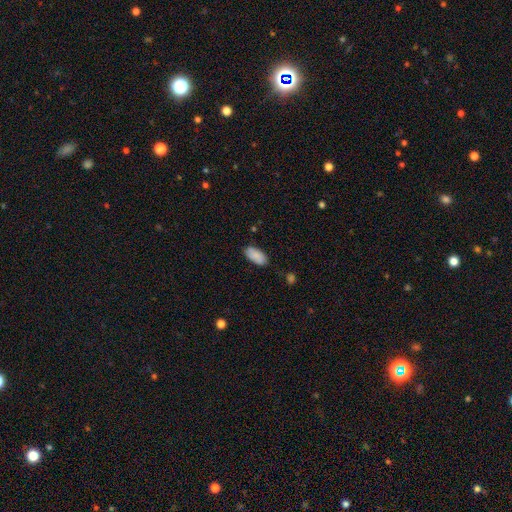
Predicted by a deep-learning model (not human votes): Q: Smooth or featured?
A: smooth (88%); runner-up: star or artifact (7%)
Q: How rounded?
A: in between (93%); runner-up: cigar-shaped (5%)
Q: Merging?
A: none (80%); runner-up: minor disturbance (15%)